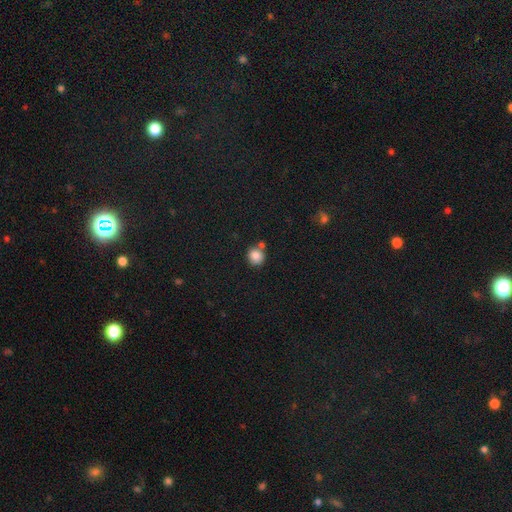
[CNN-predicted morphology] A smooth galaxy with no disk features (86%) that is round (87%). Merging: none (66%).